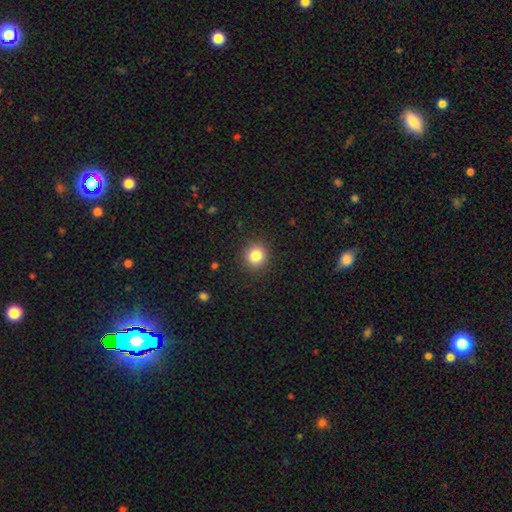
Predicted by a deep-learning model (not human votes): A smooth galaxy with no disk features (84%) that is round (84%).

Vote fractions:
- Smooth or featured? smooth: 84% / star or artifact: 11% / featured or disk: 6%
- How rounded? round: 84% / in between: 15% / cigar-shaped: 1%
- Merging? none: 90% / minor disturbance: 7% / major disturbance: 2% / merger: 1%